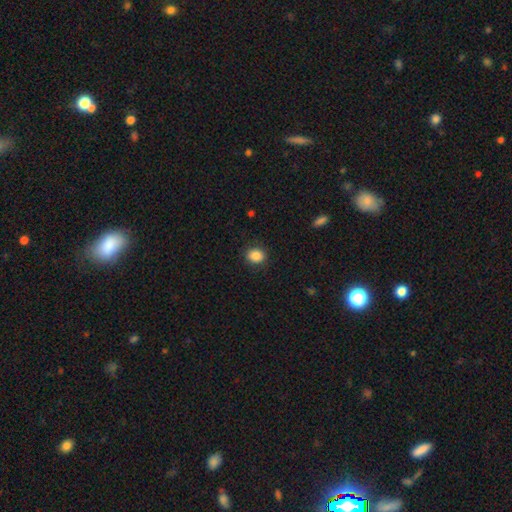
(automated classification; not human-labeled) This appears to be a smooth galaxy with no disk features (88%) that is round (62%). Merging: none (88%).